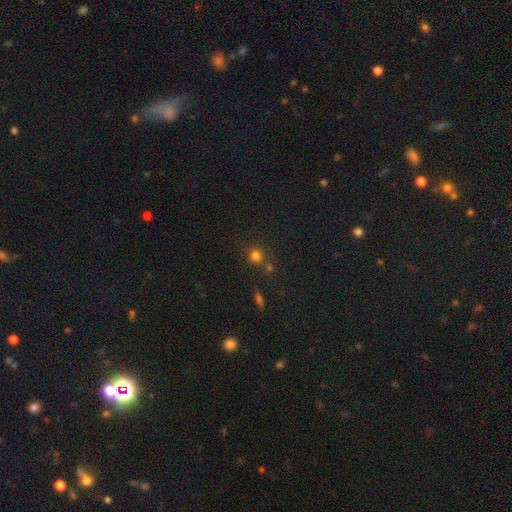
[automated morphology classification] This appears to be a smooth galaxy with no disk features (76%) that is round (90%). Merging: none (68%).